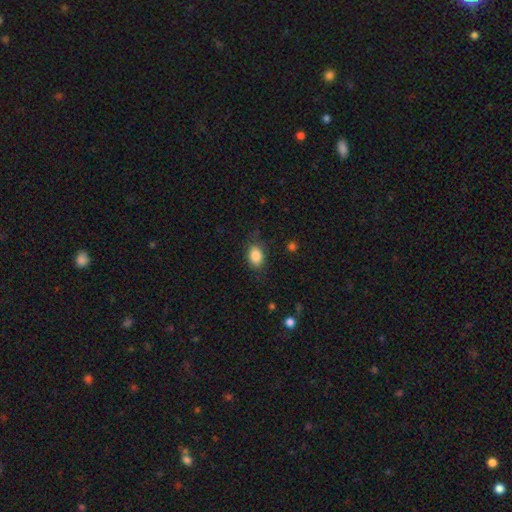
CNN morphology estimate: Q: Smooth or featured?
A: smooth (86%); runner-up: star or artifact (8%)
Q: How rounded?
A: in between (80%); runner-up: round (19%)
Q: Merging?
A: none (78%); runner-up: minor disturbance (16%)